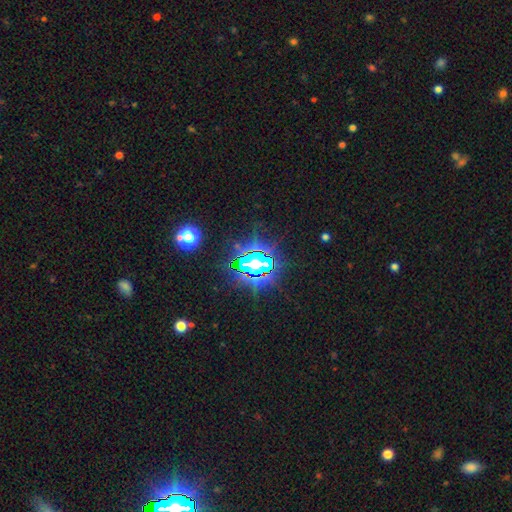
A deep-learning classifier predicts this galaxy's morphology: Smooth or featured? Predicted: star or artifact (p=0.84).